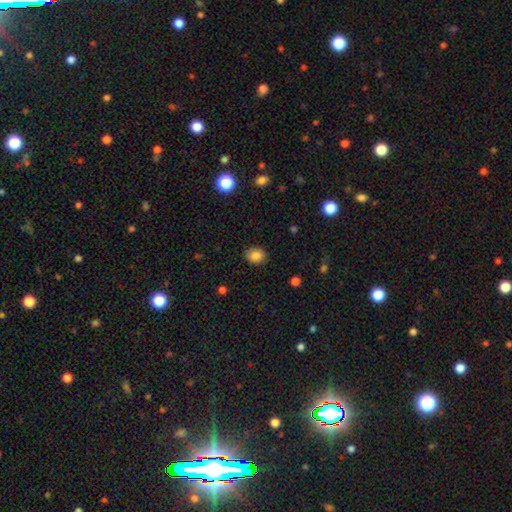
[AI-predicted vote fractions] This appears to be a smooth galaxy with no disk features (85%) that is in between round and cigar-shaped (50%). Merging: none (87%).